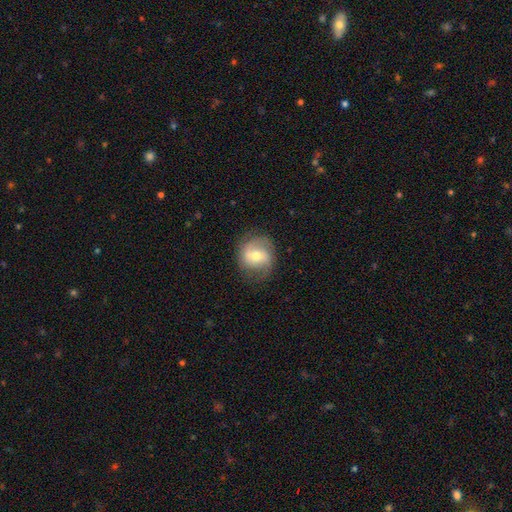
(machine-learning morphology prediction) A featured or disk galaxy (59%) with a weak bar (45%), spiral arms (83%) and a moderate central bulge (62%). Merging: none (77%).